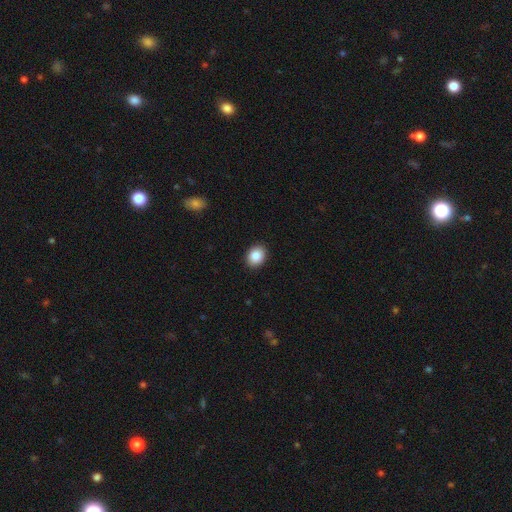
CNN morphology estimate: A smooth galaxy with no disk features (86%) that is in between round and cigar-shaped (54%). Merging: none (91%).